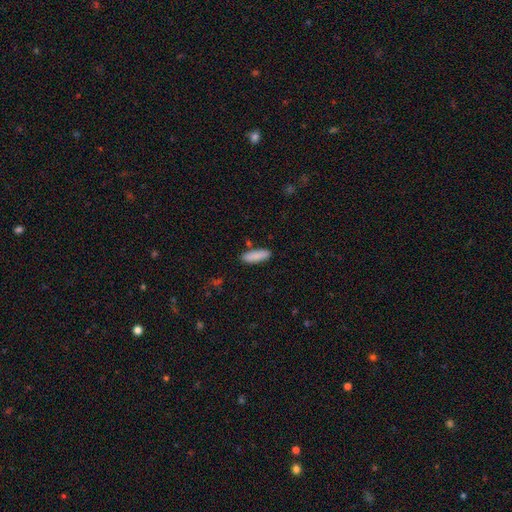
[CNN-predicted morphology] A smooth galaxy with no disk features (88%) that is in between round and cigar-shaped (51%). Merging: none (84%).